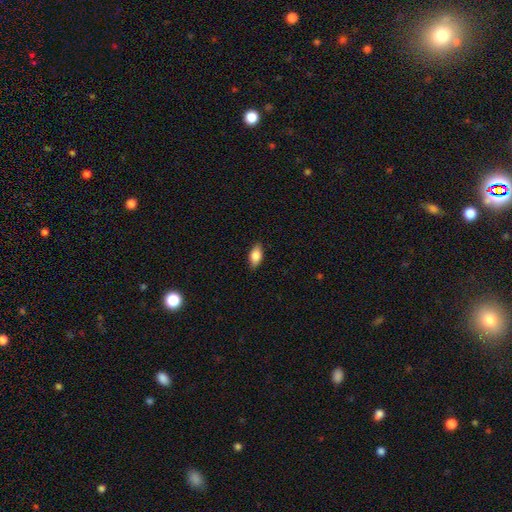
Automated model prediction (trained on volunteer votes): A smooth galaxy with no disk features (81%) that is in between round and cigar-shaped (89%).

Vote fractions:
- Smooth or featured? smooth: 81% / featured or disk: 12% / star or artifact: 7%
- How rounded? in between: 89% / cigar-shaped: 7% / round: 5%
- Merging? none: 86% / minor disturbance: 11% / major disturbance: 2% / merger: 1%